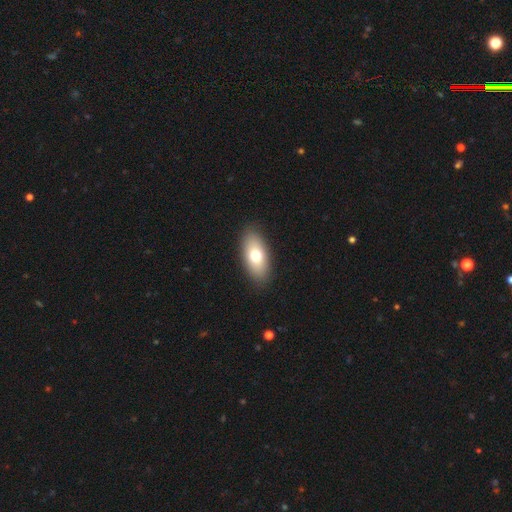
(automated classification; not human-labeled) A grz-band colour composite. It shows a smooth galaxy with no disk features (72%) that is in between round and cigar-shaped (89%). Merging: none (89%).